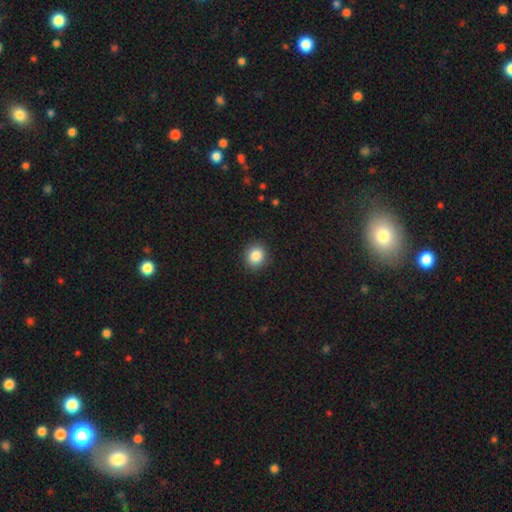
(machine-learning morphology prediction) A smooth galaxy with no disk features (86%) that is round (77%). Merging: none (90%).